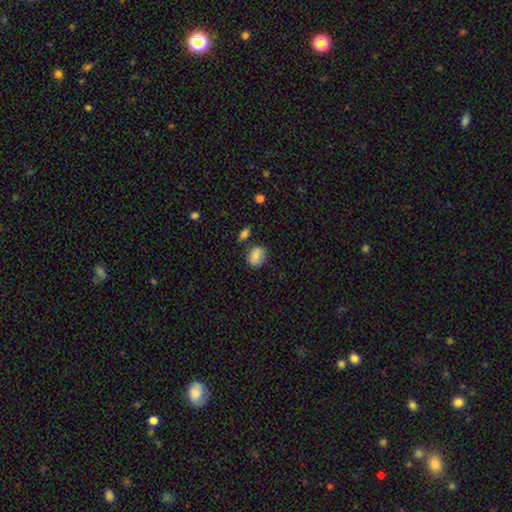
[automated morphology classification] smooth 82%, featured or disk 9%, star or artifact 9%. Down the decision tree: how rounded — round (50%); merging — none (71%).